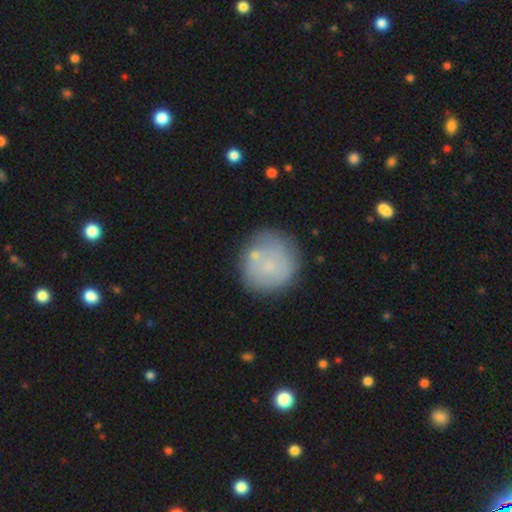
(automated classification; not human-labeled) This appears to be a smooth galaxy with no disk features (61%) that is round (90%). Merging: none (67%).